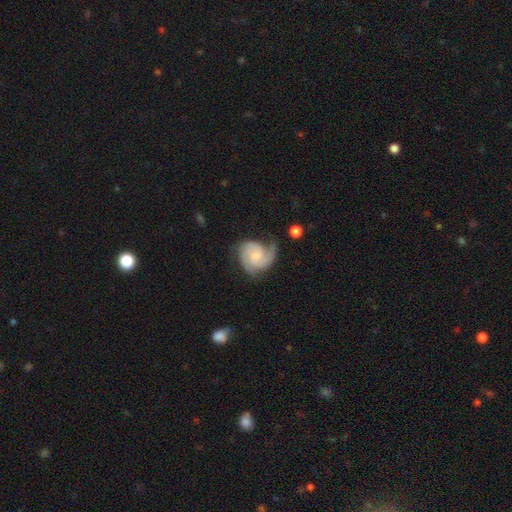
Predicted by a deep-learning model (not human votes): Overall: featured or disk (83%). Edge-on disk: no (98%). Bar: no (64%; weak 31%). Spiral arms: yes (97%). Spiral arm count: 2 (45%; 3 37%). Spiral winding: tight (48%; medium 42%). Bulge size: small (48%; moderate 35%). Merging: none (60%; minor disturbance 26%).